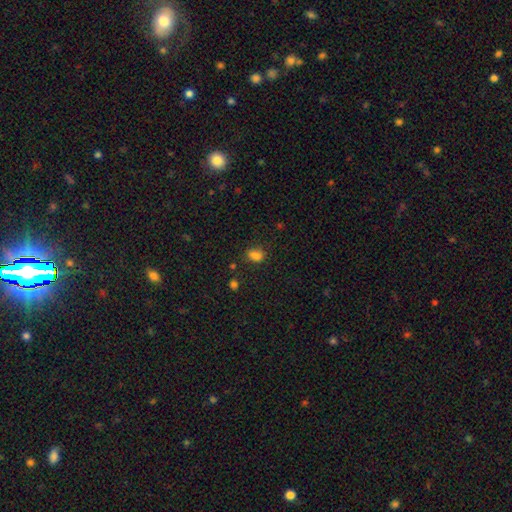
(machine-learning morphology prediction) smooth_or_featured: smooth (p=0.79) [alt: star or artifact p=0.15]
how_rounded: in between (p=0.68) [alt: round p=0.30]
merging: none (p=0.68) [alt: minor disturbance p=0.20]